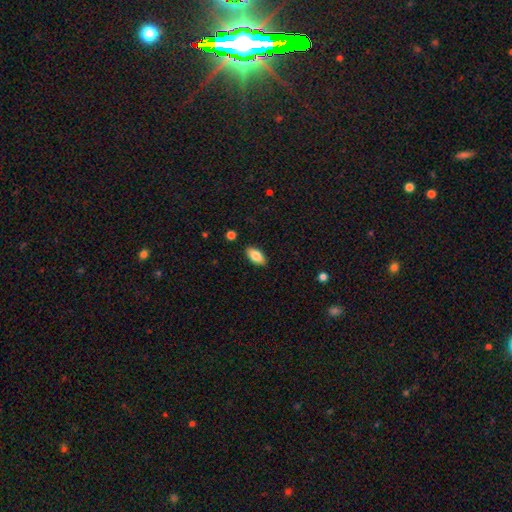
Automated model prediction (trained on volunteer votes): smooth 83%, featured or disk 10%, star or artifact 7%. Down the decision tree: how rounded — in between (92%); merging — none (89%).